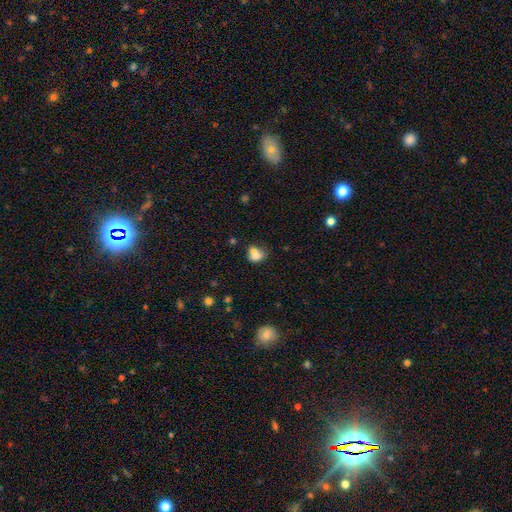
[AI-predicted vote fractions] smooth_or_featured: smooth (p=0.72) [alt: featured or disk p=0.17]
how_rounded: in between (p=0.50) [alt: round p=0.48]
merging: merger (p=0.51) [alt: none p=0.29]